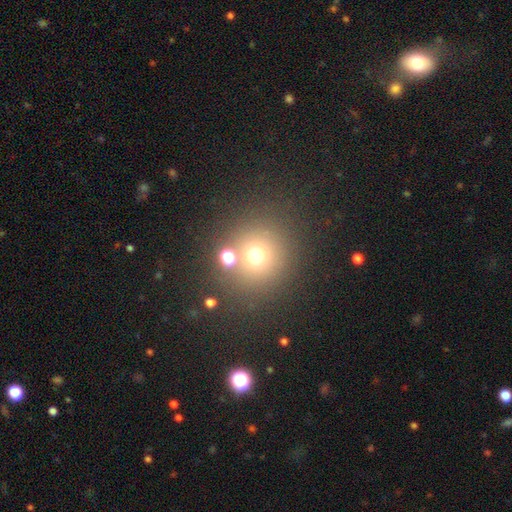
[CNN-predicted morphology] Smooth or featured? smooth (66%)
How rounded? round (92%)
Merging? none (74%)